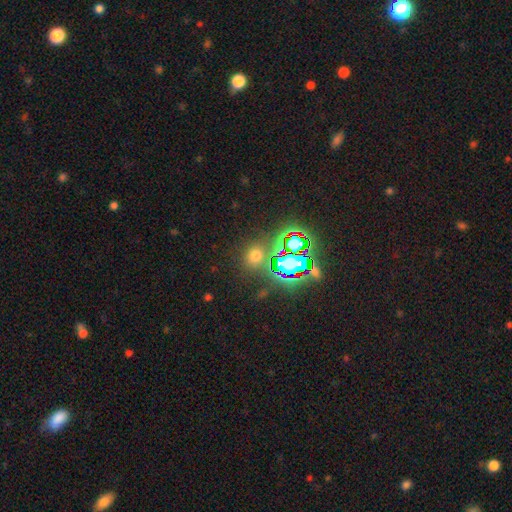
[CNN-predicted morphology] Overall: smooth (55%; star or artifact 38%). How rounded: round (77%). Merging: none (81%).